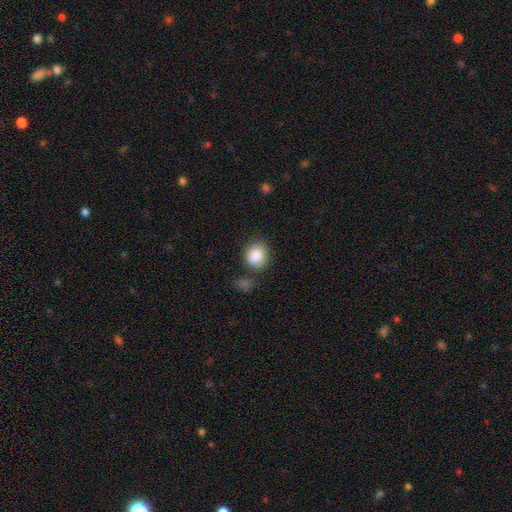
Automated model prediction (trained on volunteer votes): Q: Smooth or featured?
A: smooth (87%); runner-up: star or artifact (8%)
Q: How rounded?
A: round (71%); runner-up: in between (28%)
Q: Merging?
A: none (74%); runner-up: minor disturbance (15%)